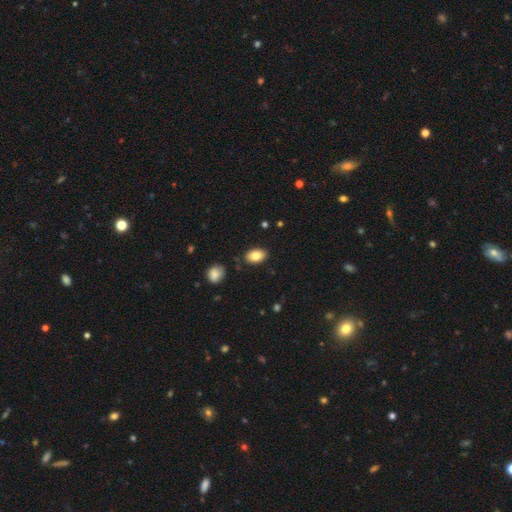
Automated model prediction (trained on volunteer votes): Q: Smooth or featured?
A: smooth (83%); runner-up: featured or disk (9%)
Q: How rounded?
A: in between (87%); runner-up: round (11%)
Q: Merging?
A: none (82%); runner-up: minor disturbance (12%)